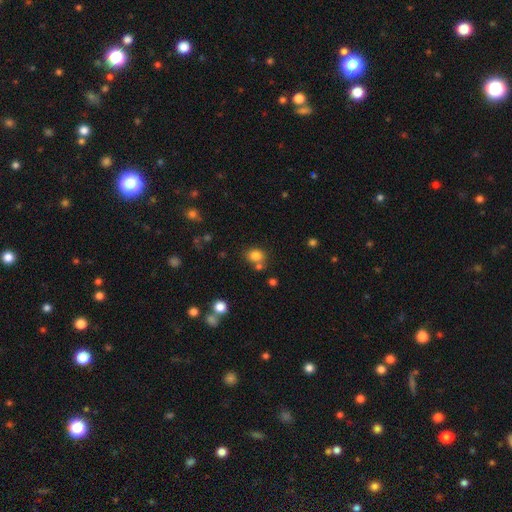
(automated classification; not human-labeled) Smooth or featured: smooth — 81% (star or artifact — 12%)
How rounded: round — 54% (in between — 45%)
Merging: none — 65% (merger — 17%)